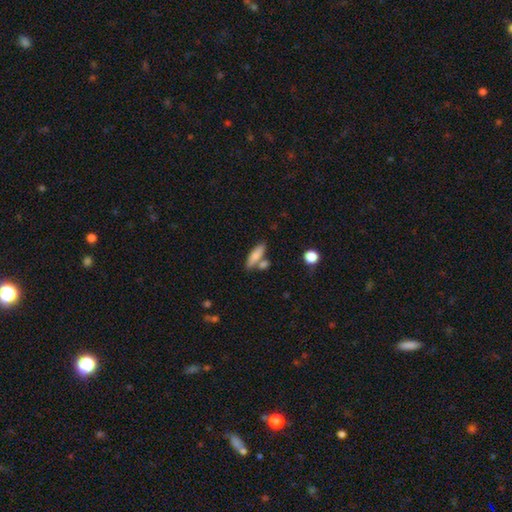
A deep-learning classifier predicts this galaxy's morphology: Smooth or featured? Predicted: smooth (p=0.78). How rounded? Predicted: cigar-shaped (p=0.54). Merging? Predicted: none (p=0.61).